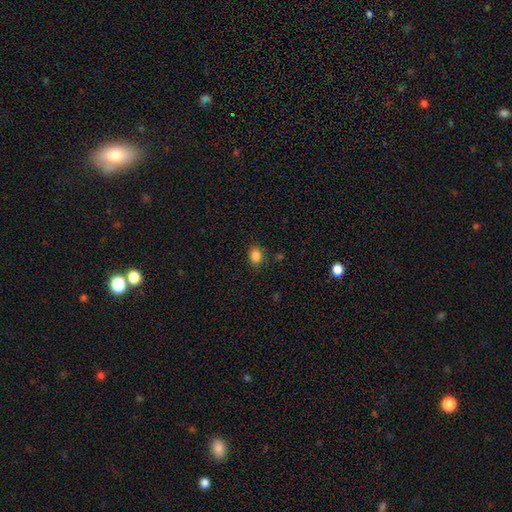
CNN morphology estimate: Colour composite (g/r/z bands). It shows a smooth galaxy with no disk features (84%) that is in between round and cigar-shaped (53%). Merging: none (84%).